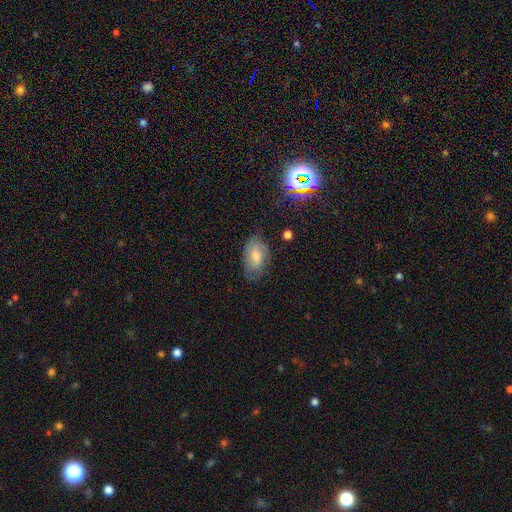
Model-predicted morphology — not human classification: This is possibly a smooth galaxy (48%). Merging: likely none (71%).